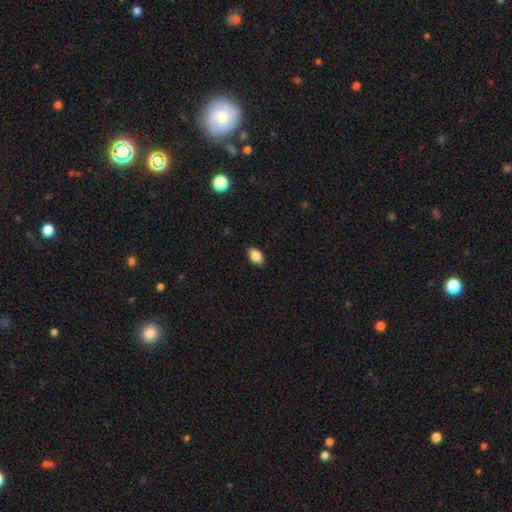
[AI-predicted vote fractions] This is clearly a smooth galaxy (87%). How rounded: clearly in between (89%). Merging: clearly none (88%).